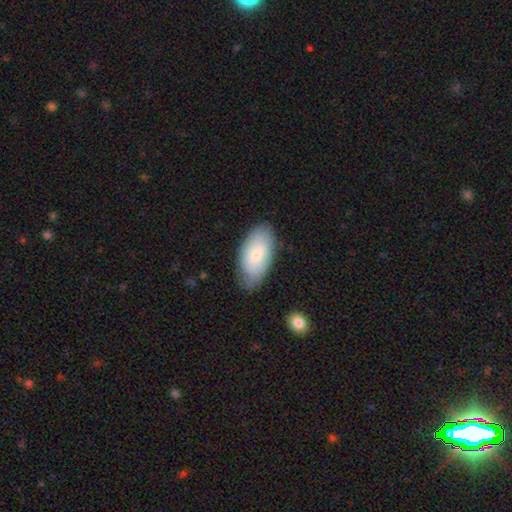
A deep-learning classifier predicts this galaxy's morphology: The model was most divided on "smooth or featured": smooth: 70%, featured or disk: 24%, star or artifact: 6%. More confident: how rounded — in between (95%); merging — none (76%).